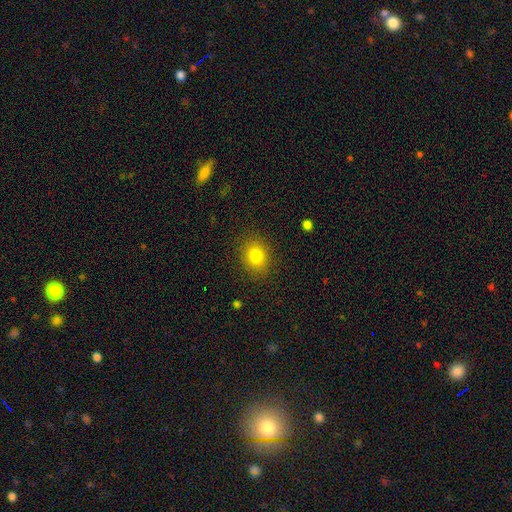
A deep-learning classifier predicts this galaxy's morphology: Overall: smooth (81%). How rounded: round (57%; in between 42%). Merging: none (87%).